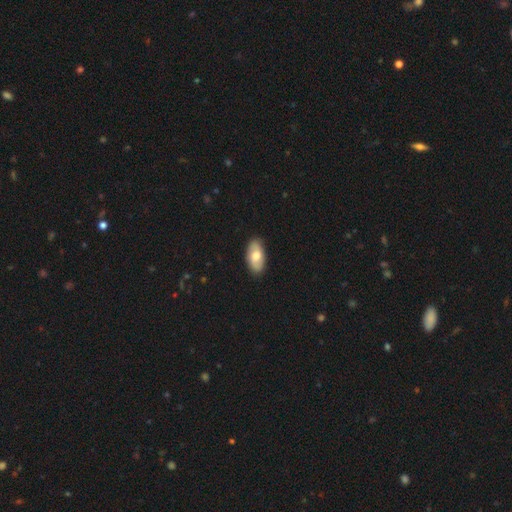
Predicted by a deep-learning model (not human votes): smooth_or_featured: smooth (p=0.65) [alt: featured or disk p=0.29]
how_rounded: in between (p=0.94) [alt: round p=0.03]
merging: none (p=0.88) [alt: minor disturbance p=0.09]